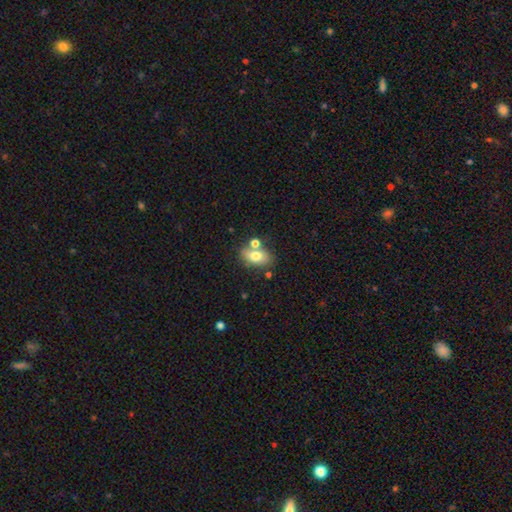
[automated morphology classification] The model was most divided on "merging": none: 60%, merger: 22%, minor disturbance: 13%, major disturbance: 4%. More confident: how rounded — in between (83%); smooth or featured — smooth (72%).